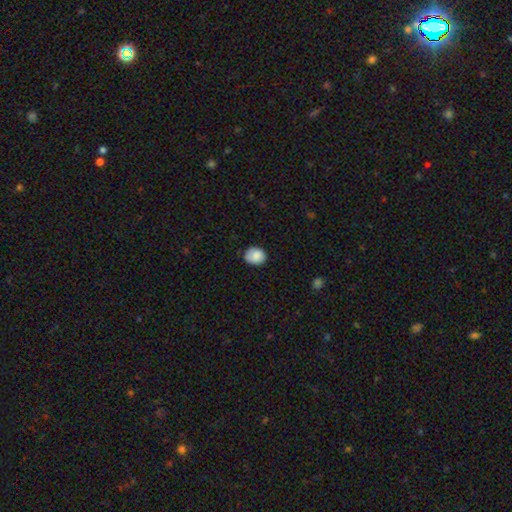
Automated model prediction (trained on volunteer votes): Smooth or featured? Predicted: smooth (p=0.87). How rounded? Predicted: round (p=0.60). Merging? Predicted: none (p=0.78).